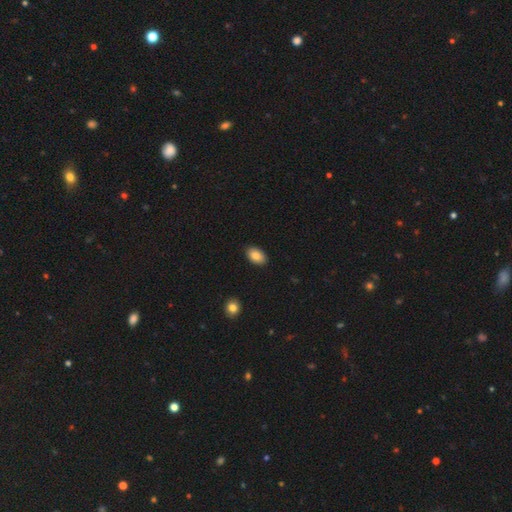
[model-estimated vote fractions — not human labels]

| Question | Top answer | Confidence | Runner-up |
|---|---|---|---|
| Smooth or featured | smooth | 85% | featured or disk (7%) |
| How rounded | in between | 91% | round (7%) |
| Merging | none | 89% | minor disturbance (8%) |